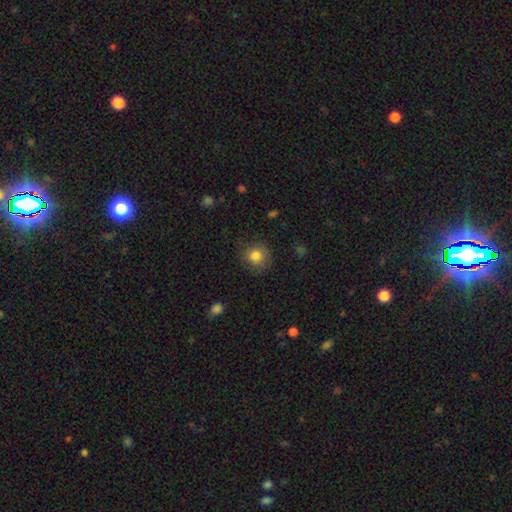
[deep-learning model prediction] This is clearly a smooth galaxy (83%). How rounded: clearly round (89%). Merging: clearly none (81%).